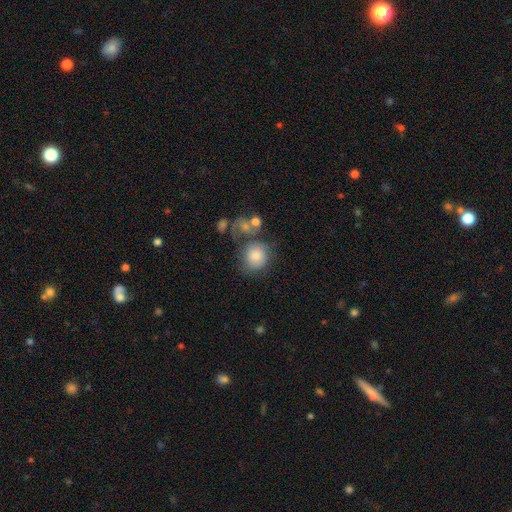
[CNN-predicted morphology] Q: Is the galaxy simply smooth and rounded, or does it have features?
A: smooth — 71%.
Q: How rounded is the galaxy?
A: round — 78%.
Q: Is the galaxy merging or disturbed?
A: none — 41%.